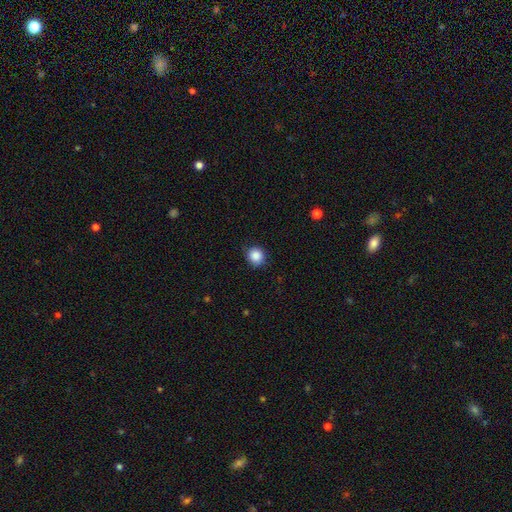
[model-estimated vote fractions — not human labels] smooth 87%, star or artifact 9%, featured or disk 4%. Down the decision tree: how rounded — round (88%); merging — none (83%).